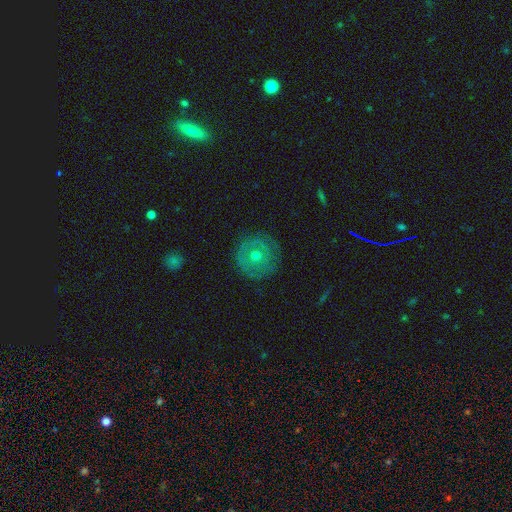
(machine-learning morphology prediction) This appears to be a featured or disk galaxy (52%). Merging: none (83%).